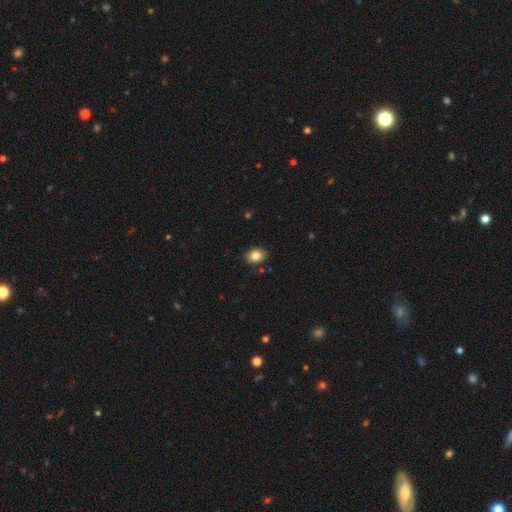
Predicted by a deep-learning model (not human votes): The model was most divided on "how rounded": in between: 73%, round: 26%, cigar-shaped: 1%. More confident: merging — none (87%); smooth or featured — smooth (84%).